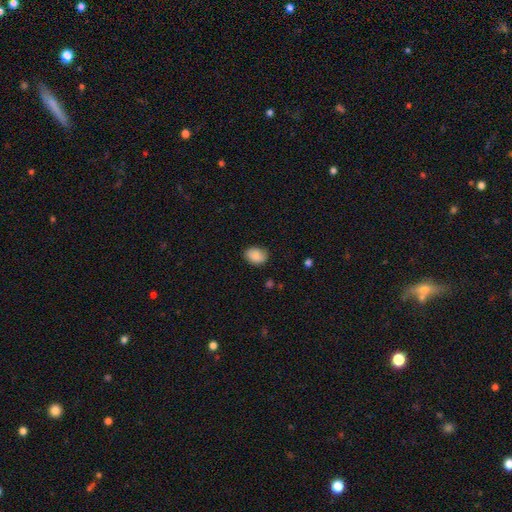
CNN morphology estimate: A smooth galaxy with no disk features (84%) that is in between round and cigar-shaped (67%).

Vote fractions:
- Smooth or featured? smooth: 84% / featured or disk: 8% / star or artifact: 8%
- How rounded? in between: 67% / round: 32% / cigar-shaped: 1%
- Merging? none: 77% / minor disturbance: 18% / major disturbance: 4% / merger: 1%